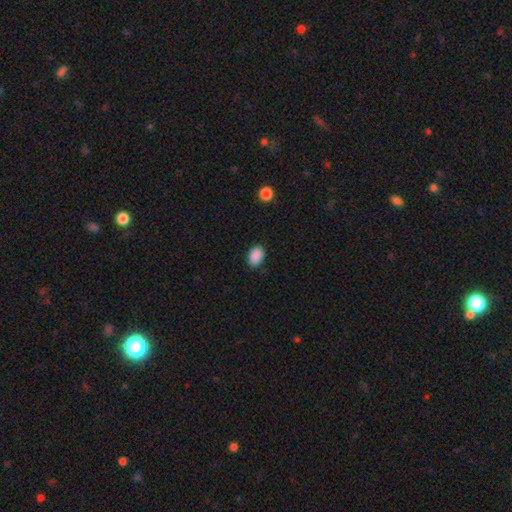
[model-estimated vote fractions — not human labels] smooth 89%, star or artifact 8%, featured or disk 3%. Down the decision tree: how rounded — in between (83%); merging — none (86%).